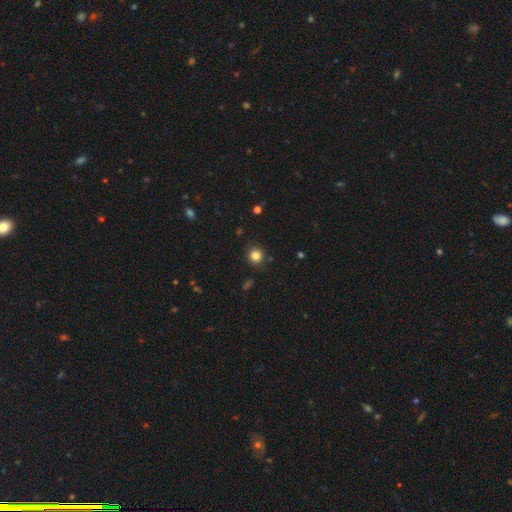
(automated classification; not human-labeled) This is clearly a smooth galaxy (82%). How rounded: clearly round (93%). Merging: clearly none (90%).